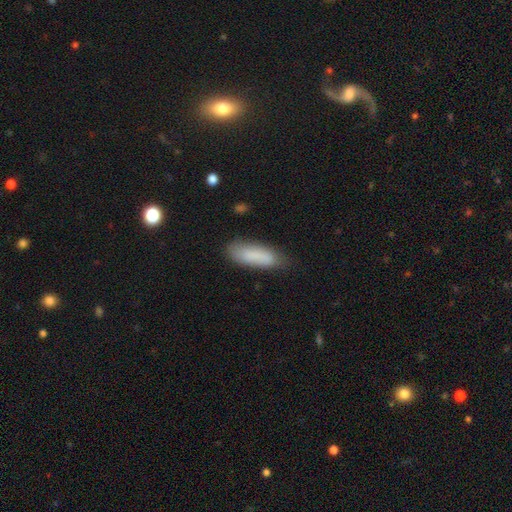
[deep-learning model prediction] Morphology: type=smooth (83%); roundness=in between (56%); merging=none (70%).